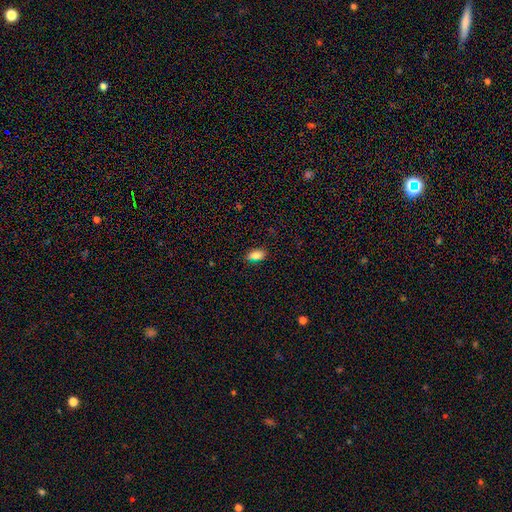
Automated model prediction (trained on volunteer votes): This is clearly a smooth galaxy (85%). How rounded: clearly in between (89%). Merging: clearly none (83%).